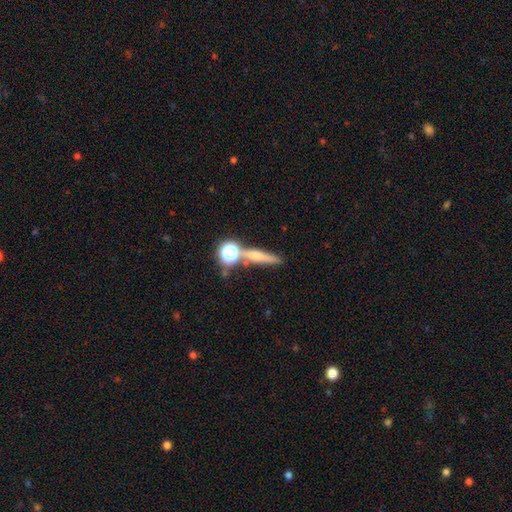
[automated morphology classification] Overall: smooth (53%; featured or disk 30%). How rounded: cigar-shaped (62%; round 22%). Merging: none (67%).